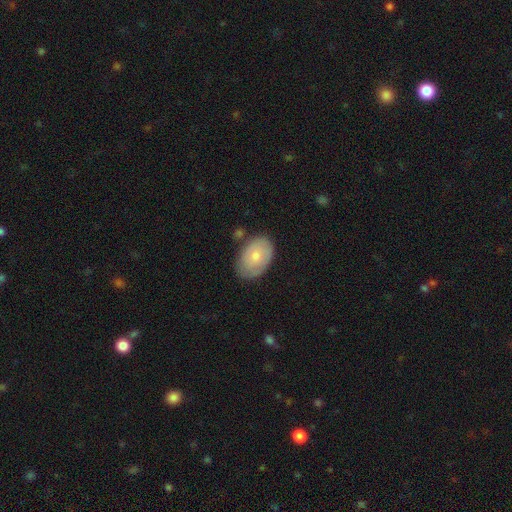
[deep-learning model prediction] smooth-or-featured: smooth: 69% | featured or disk: 25% | star or artifact: 6%
  how-rounded: in between: 87% | round: 12% | cigar-shaped: 1%
  merging: none: 73% | minor disturbance: 19% | major disturbance: 4% | merger: 4%